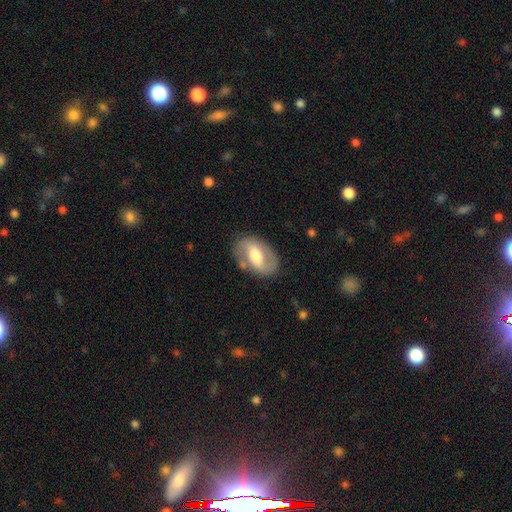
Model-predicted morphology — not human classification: This appears to be a featured or disk galaxy (68%) with a weak bar (39%), spiral arms (74%) and a moderate central bulge (64%). Merging: none (78%).